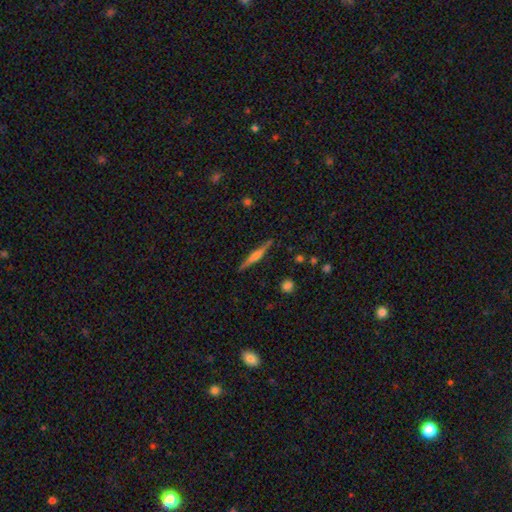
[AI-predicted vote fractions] Overall: featured or disk (57%; smooth 37%). Edge-on disk: yes (97%). Edge-on bulge: rounded (51%; none 25%). Merging: none (89%).